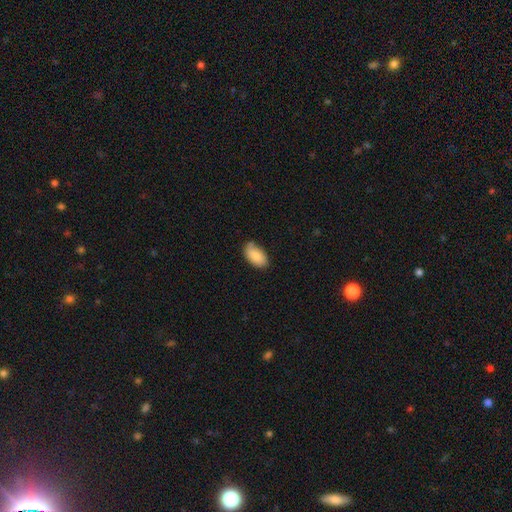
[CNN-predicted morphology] Overall: smooth (85%). How rounded: in between (95%). Merging: none (66%; minor disturbance 27%).